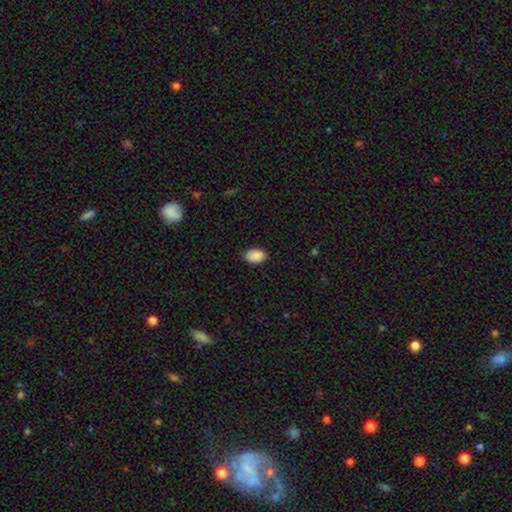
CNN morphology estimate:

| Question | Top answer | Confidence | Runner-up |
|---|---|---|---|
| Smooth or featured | smooth | 90% | star or artifact (7%) |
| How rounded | in between | 89% | round (10%) |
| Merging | none | 85% | minor disturbance (12%) |